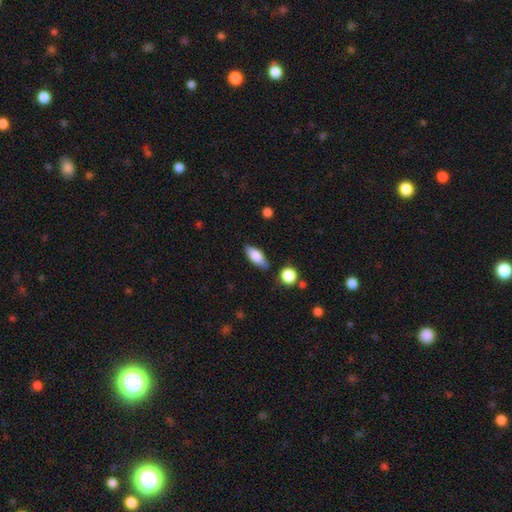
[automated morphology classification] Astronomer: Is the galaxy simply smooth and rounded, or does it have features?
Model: smooth — 77%.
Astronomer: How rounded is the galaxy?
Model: in between — 77%.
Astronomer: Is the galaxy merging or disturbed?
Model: none — 80%.